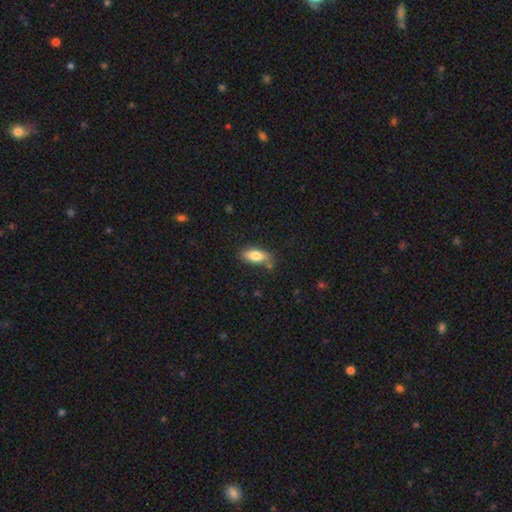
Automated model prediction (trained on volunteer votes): Morphology: type=smooth (80%); roundness=in between (79%); merging=none (75%).